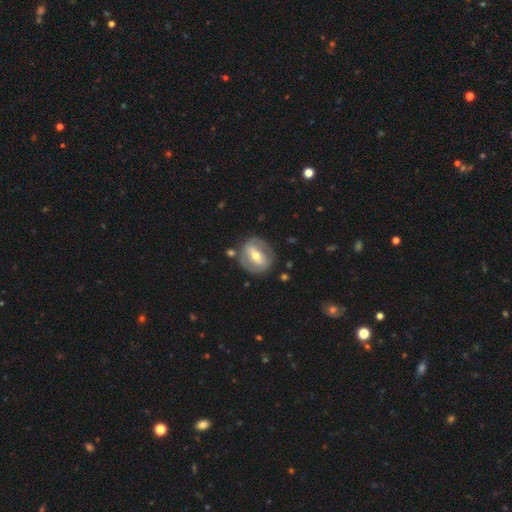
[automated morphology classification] A featured or disk galaxy (66%) with a strong bar (51%), no spiral arms (55%) and a moderate central bulge (66%). Merging: none (76%).